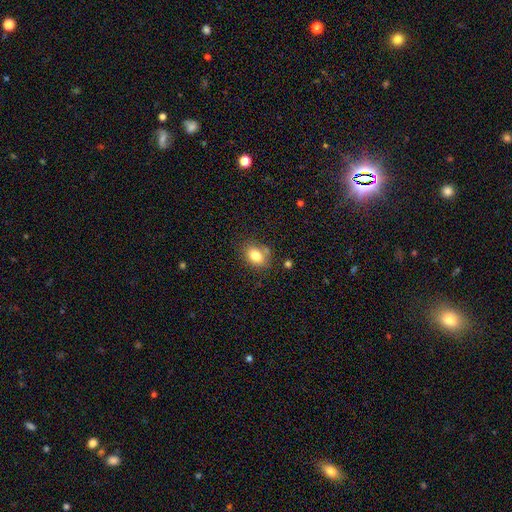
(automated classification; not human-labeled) This appears to be a smooth galaxy with no disk features (81%) that is in between round and cigar-shaped (70%). Merging: none (72%).